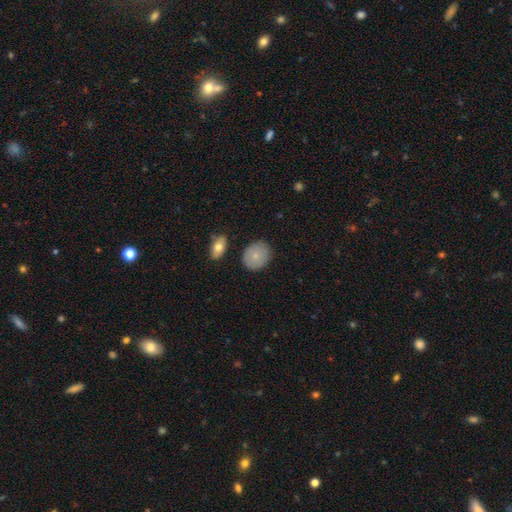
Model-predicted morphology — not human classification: type=smooth (79%); roundness=round (59%); merging=none (81%).